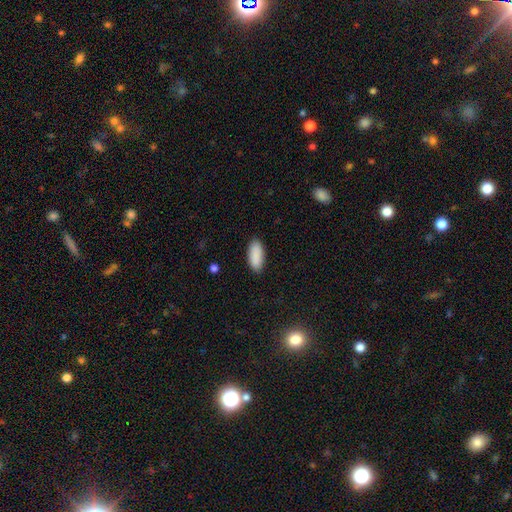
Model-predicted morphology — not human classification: Smooth or featured? smooth (91%)
How rounded? in between (86%)
Merging? none (88%)